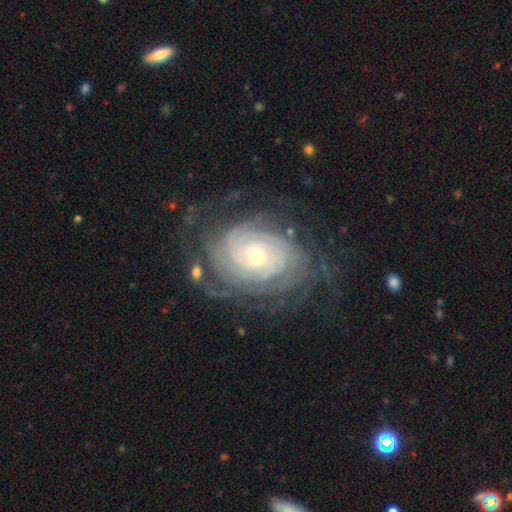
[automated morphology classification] Smooth or featured: featured or disk — 89% (star or artifact — 6%)
Edge-on disk: no — 97% (yes — 3%)
Bar: no — 77% (weak — 17%)
Spiral arms: yes — 97% (no — 3%)
Spiral winding: tight — 81% (medium — 15%)
Spiral arm count: can't tell — 31% (more than 4 — 22%)
Bulge size: moderate — 48% (small — 47%)
Merging: none — 73% (minor disturbance — 15%)